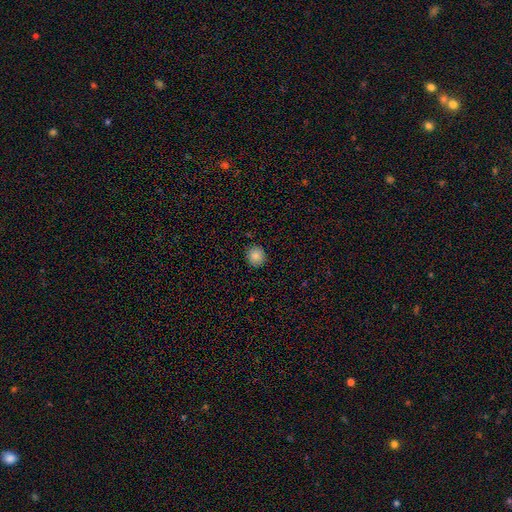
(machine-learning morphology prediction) smooth-or-featured: smooth: 86% | star or artifact: 10% | featured or disk: 4%
  how-rounded: round: 88% | in between: 11% | cigar-shaped: 1%
  merging: none: 90% | minor disturbance: 7% | major disturbance: 2% | merger: 1%